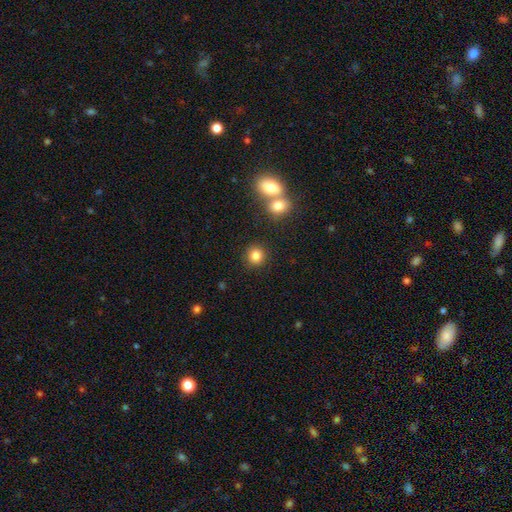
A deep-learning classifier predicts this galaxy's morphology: Smooth or featured?
  - smooth: 84% *
  - star or artifact: 11%
  - featured or disk: 5%
How rounded?
  - round: 88% *
  - in between: 11%
  - cigar-shaped: 1%
Merging?
  - none: 84% *
  - merger: 7%
  - minor disturbance: 6%
  - major disturbance: 3%